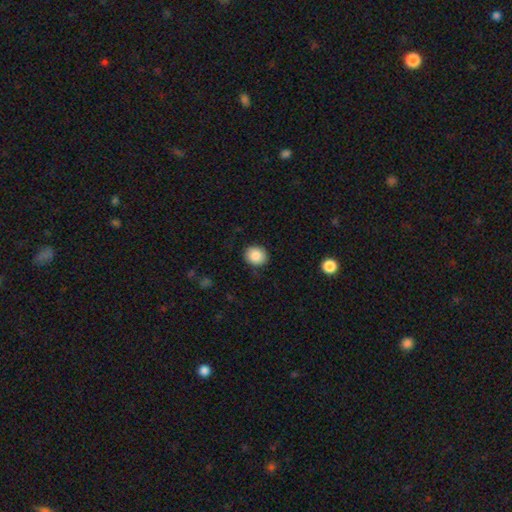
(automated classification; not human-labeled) smooth_or_featured: smooth (p=0.87) [alt: star or artifact p=0.08]
how_rounded: round (p=0.71) [alt: in between p=0.28]
merging: none (p=0.87) [alt: minor disturbance p=0.09]